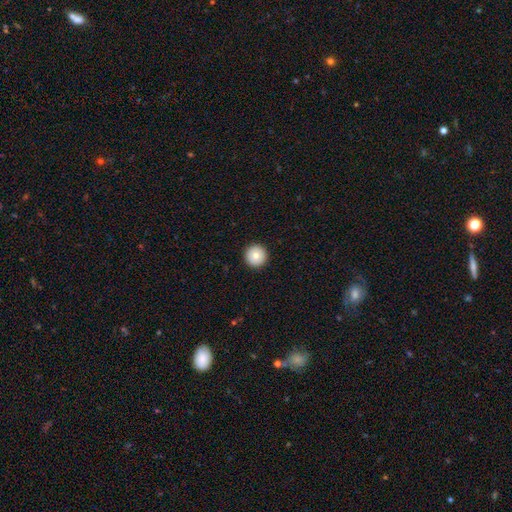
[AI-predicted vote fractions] The model was most divided on "smooth or featured": smooth: 80%, featured or disk: 12%, star or artifact: 8%. More confident: how rounded — round (97%); merging — none (94%).